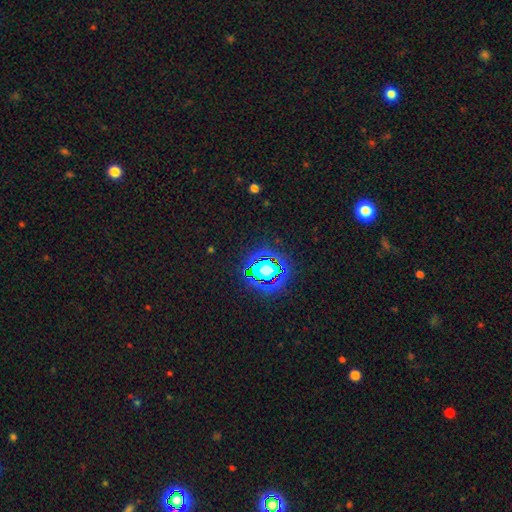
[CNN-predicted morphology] star or artifact 83%, smooth 11%, featured or disk 7%.